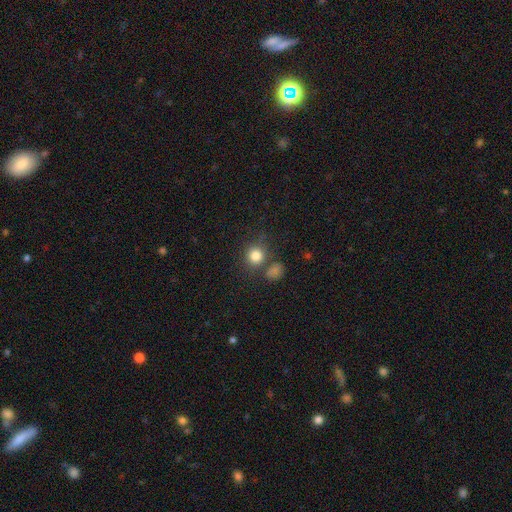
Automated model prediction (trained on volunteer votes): smooth-or-featured: smooth: 81% | star or artifact: 12% | featured or disk: 7%
  how-rounded: round: 88% | in between: 11% | cigar-shaped: 1%
  merging: none: 70% | merger: 14% | minor disturbance: 11% | major disturbance: 5%